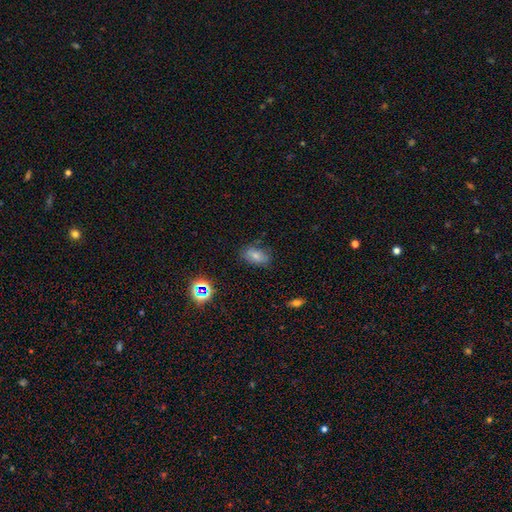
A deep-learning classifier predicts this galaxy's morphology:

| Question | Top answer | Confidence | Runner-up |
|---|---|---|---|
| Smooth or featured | smooth | 72% | star or artifact (14%) |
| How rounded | in between | 88% | round (9%) |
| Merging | none | 76% | minor disturbance (17%) |